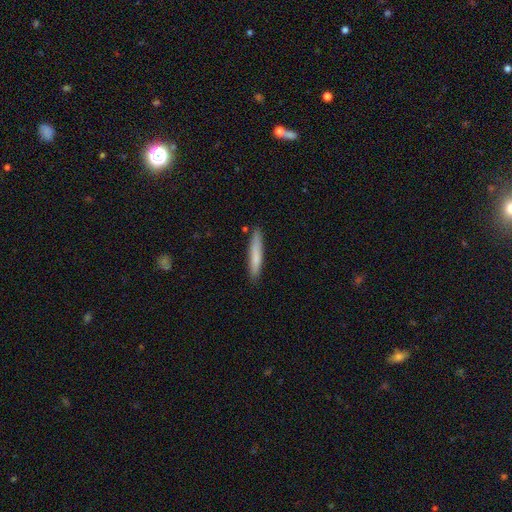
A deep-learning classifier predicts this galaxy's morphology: type=smooth (75%); roundness=cigar-shaped (94%); merging=none (87%).